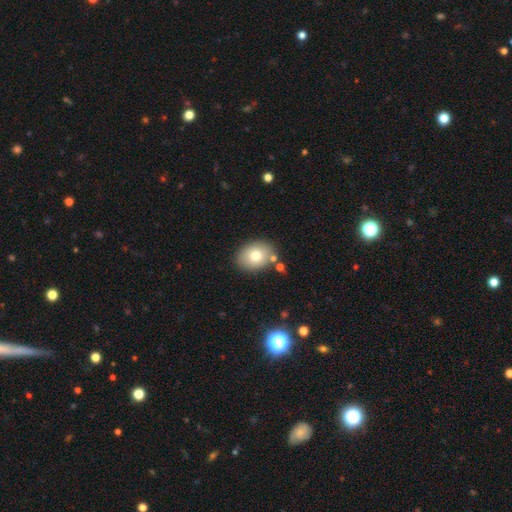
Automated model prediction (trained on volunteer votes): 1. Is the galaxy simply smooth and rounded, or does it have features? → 76% smooth, 14% featured or disk, 9% star or artifact.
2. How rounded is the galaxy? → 60% in between, 39% round, 1% cigar-shaped.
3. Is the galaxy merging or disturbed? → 81% none, 10% minor disturbance, 6% merger, 3% major disturbance.